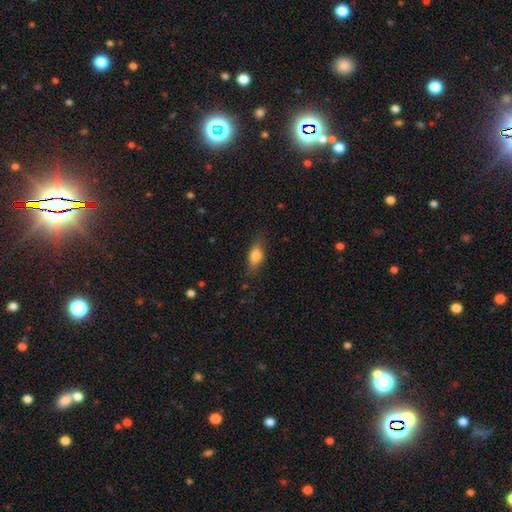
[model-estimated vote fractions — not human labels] smooth 76%, featured or disk 16%, star or artifact 8%. Down the decision tree: how rounded — in between (78%); merging — none (79%).